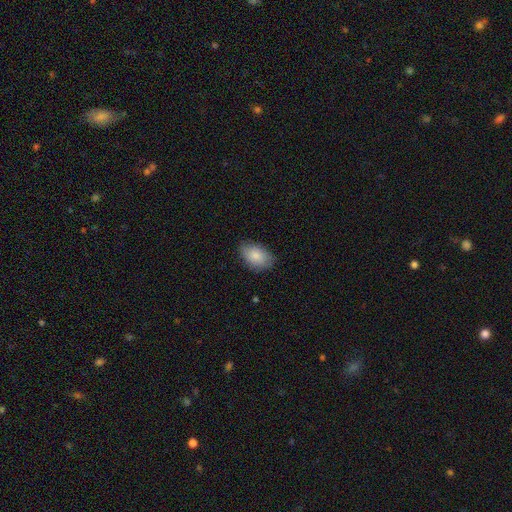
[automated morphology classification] This is clearly a smooth galaxy (85%). How rounded: clearly in between (88%). Merging: likely none (77%).